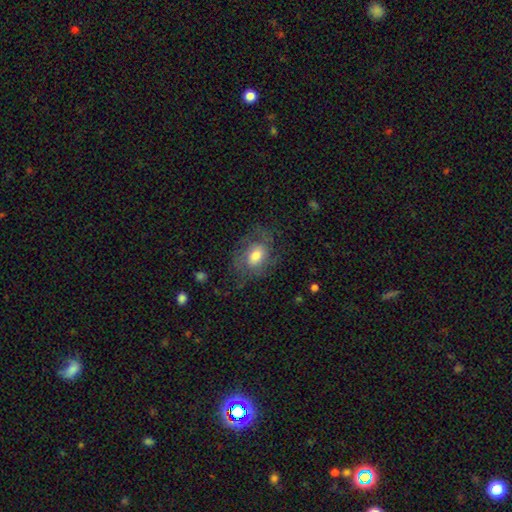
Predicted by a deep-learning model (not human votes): The model was most divided on "smooth or featured": featured or disk: 50%, smooth: 42%, star or artifact: 8%. More confident: merging — none (58%).